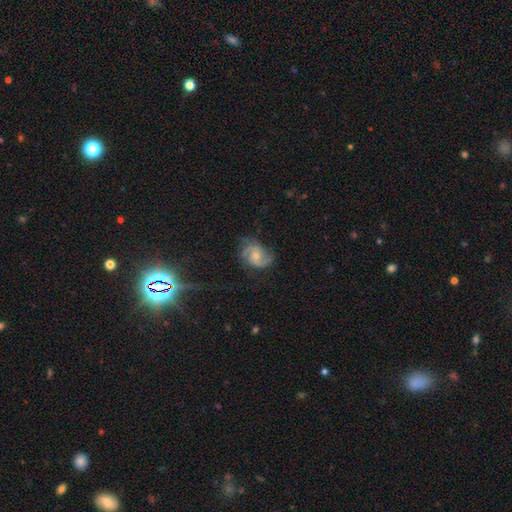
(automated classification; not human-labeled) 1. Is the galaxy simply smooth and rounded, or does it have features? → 74% featured or disk, 19% smooth, 7% star or artifact.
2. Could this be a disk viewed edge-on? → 98% no, 2% yes.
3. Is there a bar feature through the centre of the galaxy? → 61% no, 34% weak, 5% strong.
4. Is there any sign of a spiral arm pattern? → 94% yes, 6% no.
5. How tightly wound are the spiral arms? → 49% medium, 27% tight, 24% loose.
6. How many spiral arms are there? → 72% 2, 11% can't tell, 9% 3, 3% 1, 2% 4, 2% more than 4.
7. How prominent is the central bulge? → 52% moderate, 39% small, 4% none, 3% large, 1% dominant.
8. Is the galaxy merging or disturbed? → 64% none, 23% minor disturbance, 11% major disturbance, 1% merger.